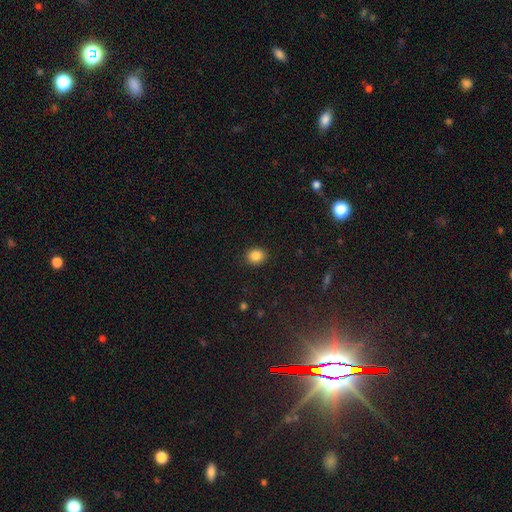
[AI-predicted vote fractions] smooth_or_featured: smooth (p=0.86) [alt: star or artifact p=0.10]
how_rounded: round (p=0.68) [alt: in between p=0.31]
merging: none (p=0.90) [alt: minor disturbance p=0.07]